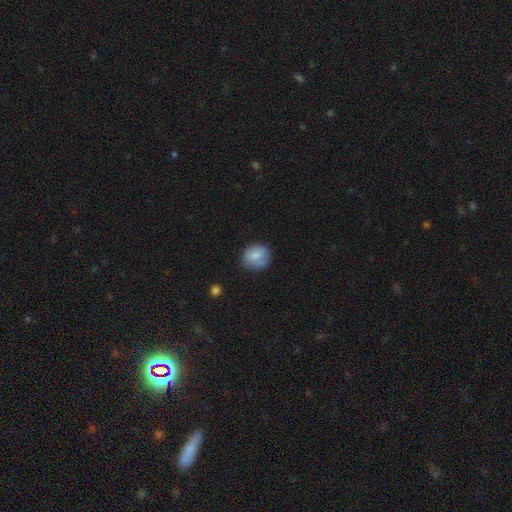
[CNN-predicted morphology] This appears to be a smooth galaxy with no disk features (81%) that is round (79%). Merging: none (70%).